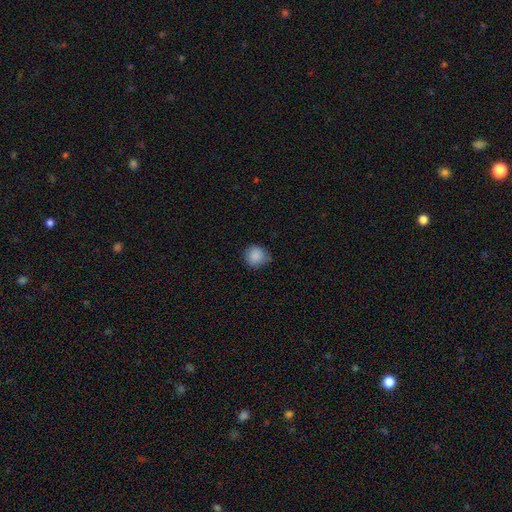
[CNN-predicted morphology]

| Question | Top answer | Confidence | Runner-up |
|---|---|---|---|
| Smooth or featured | smooth | 88% | star or artifact (8%) |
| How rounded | round | 89% | in between (10%) |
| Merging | none | 76% | minor disturbance (20%) |